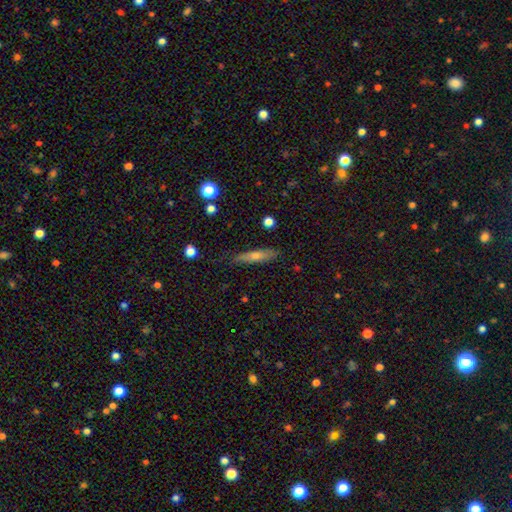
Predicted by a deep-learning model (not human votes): A smooth galaxy with no disk features (54%) that is cigar-shaped (83%). Merging: none (82%).